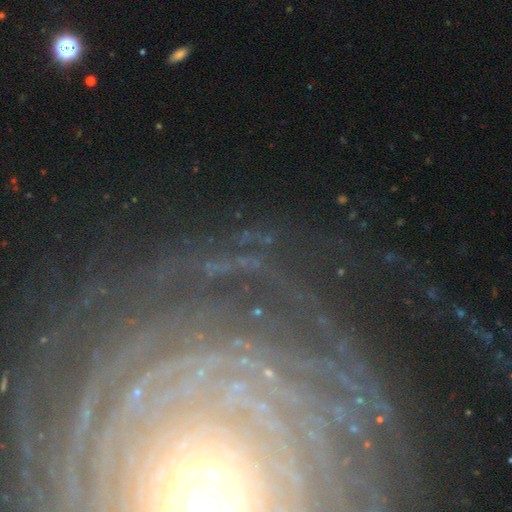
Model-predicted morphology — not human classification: featured or disk 77%, star or artifact 14%, smooth 9%. Down the decision tree: edge-on disk — no (93%); bar — no (61%); spiral arms — yes (91%); spiral arm count — more than 4 (32%); spiral winding — tight (85%); bulge size — small (50%); merging — none (78%).